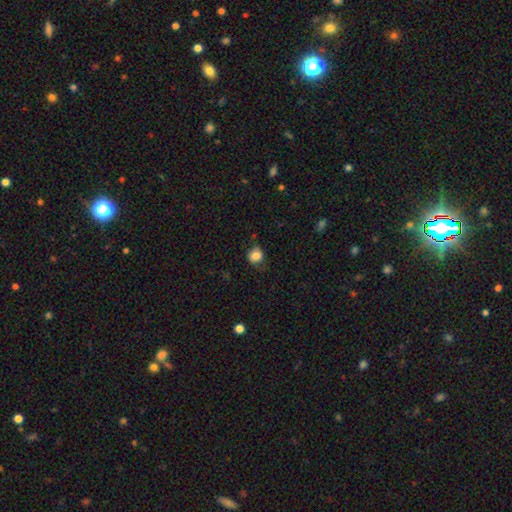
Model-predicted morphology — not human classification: A smooth galaxy with no disk features (83%) that is round (75%). Merging: none (72%).